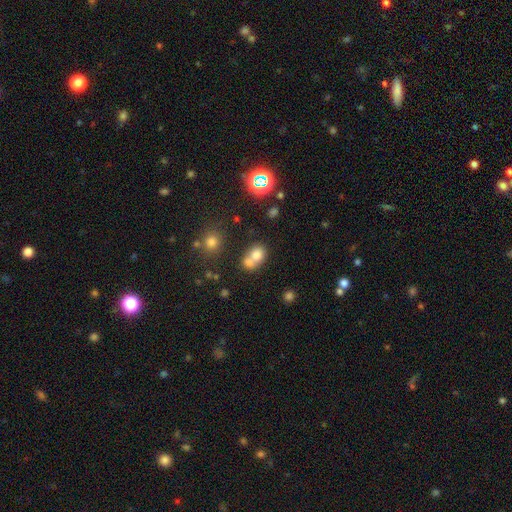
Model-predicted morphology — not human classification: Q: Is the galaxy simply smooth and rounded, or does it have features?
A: smooth — 72%.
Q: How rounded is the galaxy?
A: round — 59%.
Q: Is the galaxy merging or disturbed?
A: merger — 60%.